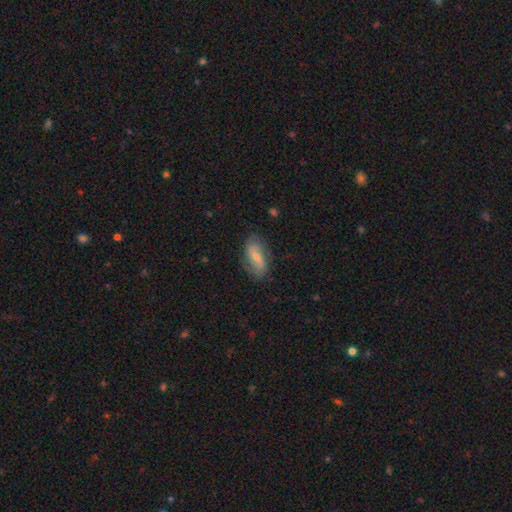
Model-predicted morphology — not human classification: smooth_or_featured: featured or disk (p=0.54) [alt: smooth p=0.38]
disk_edge_on: no (p=0.90) [alt: yes p=0.10]
merging: none (p=0.79) [alt: minor disturbance p=0.16]